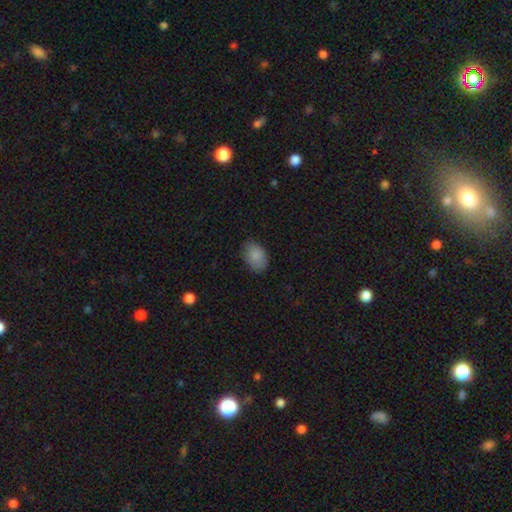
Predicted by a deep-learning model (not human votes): smooth-or-featured: smooth: 87% | star or artifact: 8% | featured or disk: 6%
  how-rounded: in between: 80% | round: 19% | cigar-shaped: 1%
  merging: none: 78% | minor disturbance: 18% | major disturbance: 4% | merger: 1%